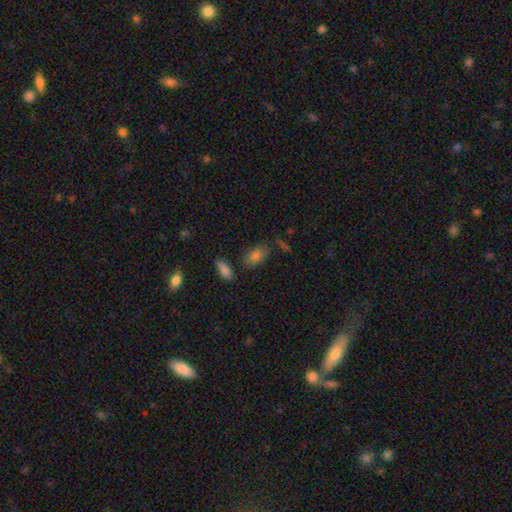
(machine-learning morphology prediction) Q: Smooth or featured?
A: smooth (80%); runner-up: star or artifact (11%)
Q: How rounded?
A: in between (89%); runner-up: round (8%)
Q: Merging?
A: none (73%); runner-up: minor disturbance (17%)